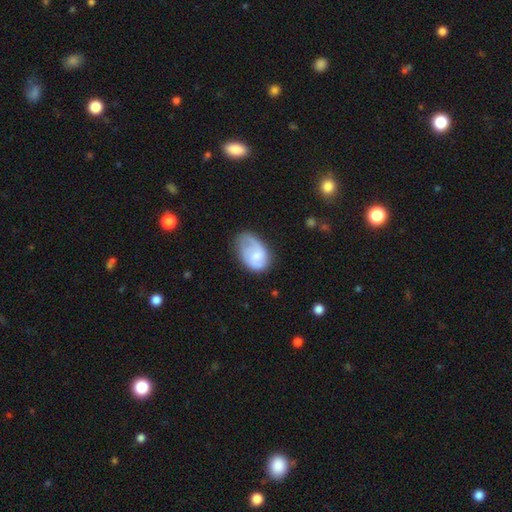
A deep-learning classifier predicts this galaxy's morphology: The model was most divided on "bulge size": small: 43%, moderate: 41%, none: 11%, large: 4%, dominant: 1%. Remaining: edge-on disk — no (97%); spiral arms — yes (84%); smooth or featured — featured or disk (56%); bar — no (51%); merging — none (46%).